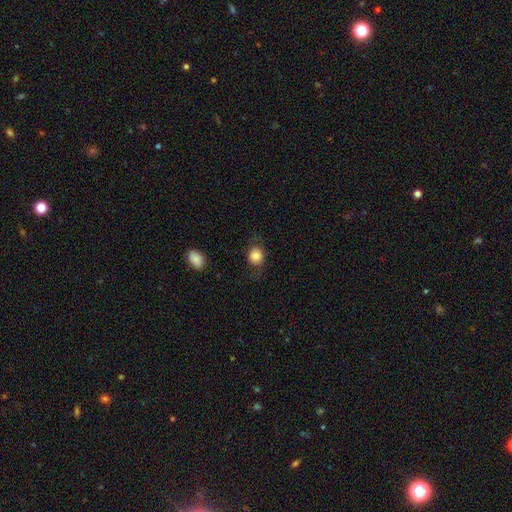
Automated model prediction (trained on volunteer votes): smooth 81%, featured or disk 10%, star or artifact 9%. Down the decision tree: how rounded — round (72%); merging — none (75%).